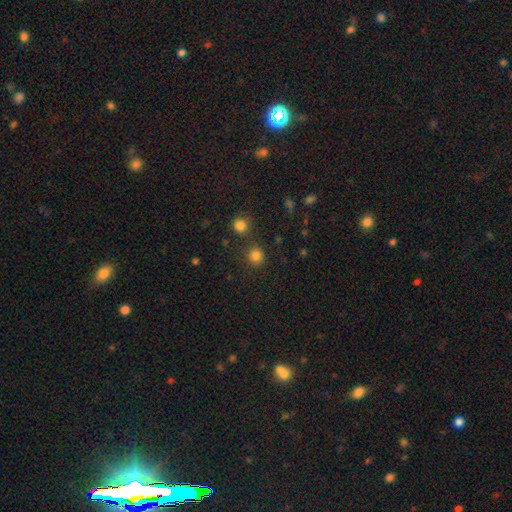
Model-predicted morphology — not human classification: Overall: smooth (82%). How rounded: round (91%). Merging: none (82%).